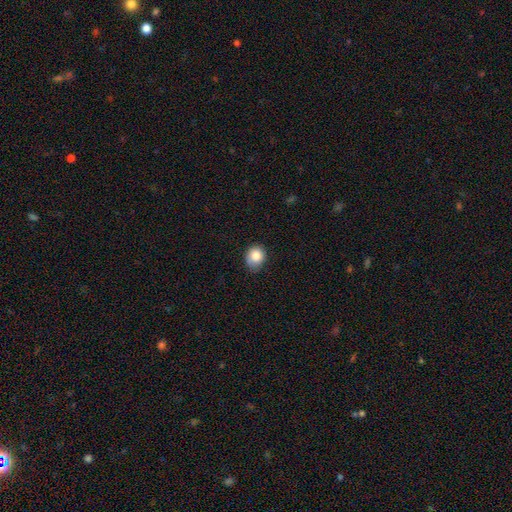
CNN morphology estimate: smooth 84%, star or artifact 9%, featured or disk 7%. Down the decision tree: how rounded — round (60%); merging — none (69%).